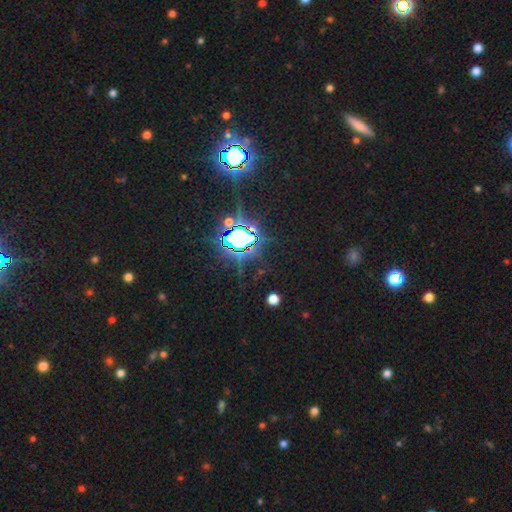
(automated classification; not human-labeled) Smooth or featured? Predicted: star or artifact (p=0.83).